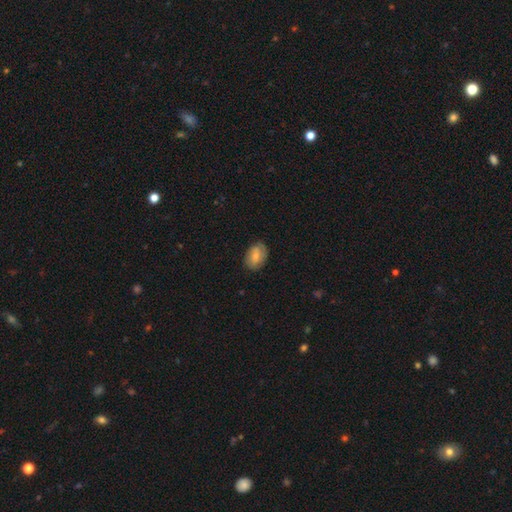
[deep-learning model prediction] Q: Smooth or featured?
A: smooth (73%); runner-up: featured or disk (20%)
Q: How rounded?
A: in between (85%); runner-up: round (14%)
Q: Merging?
A: none (78%); runner-up: minor disturbance (17%)